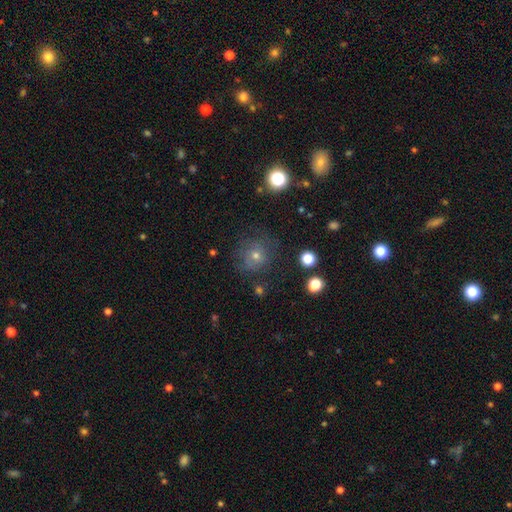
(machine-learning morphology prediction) Smooth or featured? smooth (52%)
How rounded? round (87%)
Merging? none (76%)